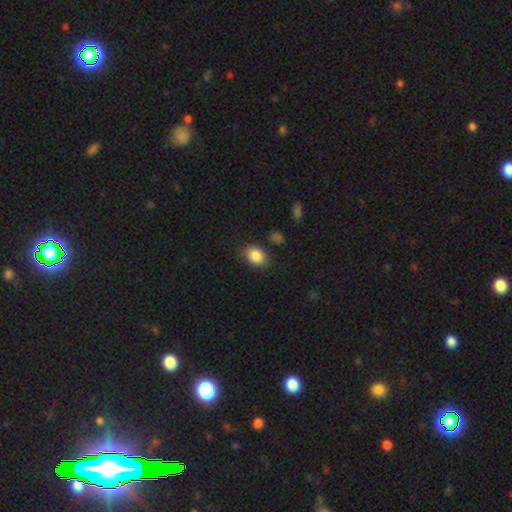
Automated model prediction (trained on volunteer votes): The model was most divided on "how rounded": in between: 70%, round: 29%, cigar-shaped: 1%. More confident: smooth or featured — smooth (86%); merging — none (80%).